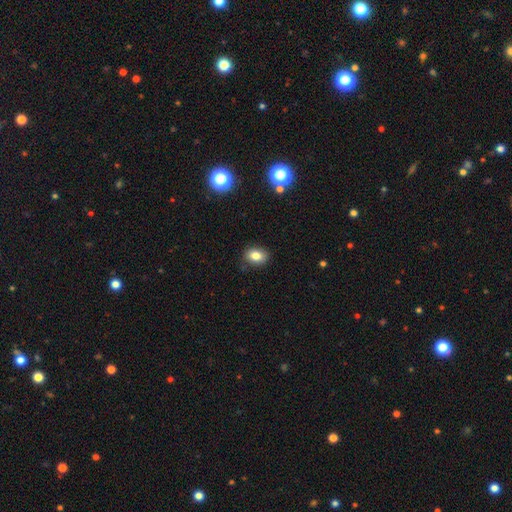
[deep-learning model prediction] A smooth galaxy with no disk features (81%) that is in between round and cigar-shaped (66%).

Vote fractions:
- Smooth or featured? smooth: 81% / star or artifact: 11% / featured or disk: 8%
- How rounded? in between: 66% / round: 33% / cigar-shaped: 1%
- Merging? none: 84% / minor disturbance: 12% / major disturbance: 2% / merger: 2%